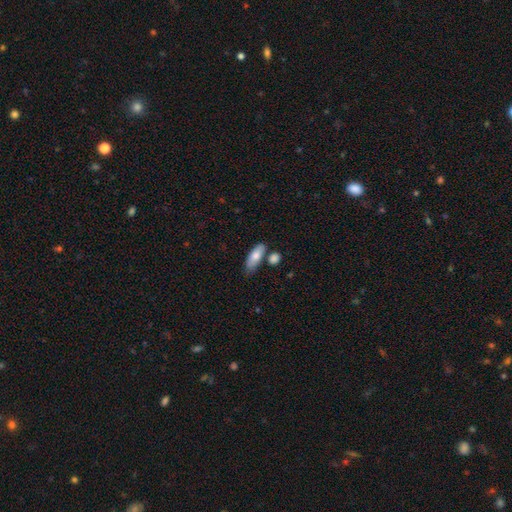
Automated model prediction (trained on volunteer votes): smooth 78%, featured or disk 16%, star or artifact 6%. Down the decision tree: how rounded — in between (72%); merging — none (65%).